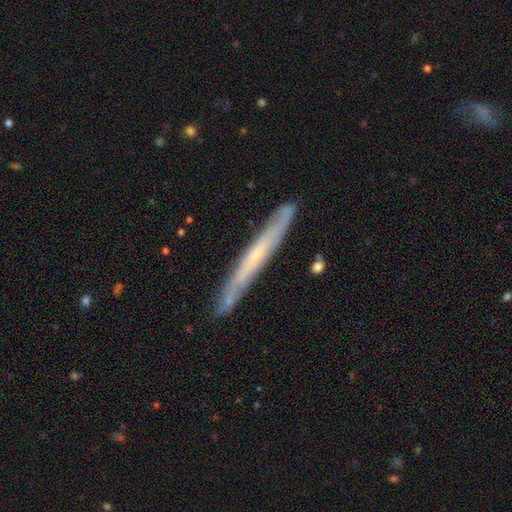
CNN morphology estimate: This is likely a featured or disk galaxy (62%). It is clearly viewed edge-on (90%). Edge-on bulge: likely none (74%). Merging: clearly none (86%).